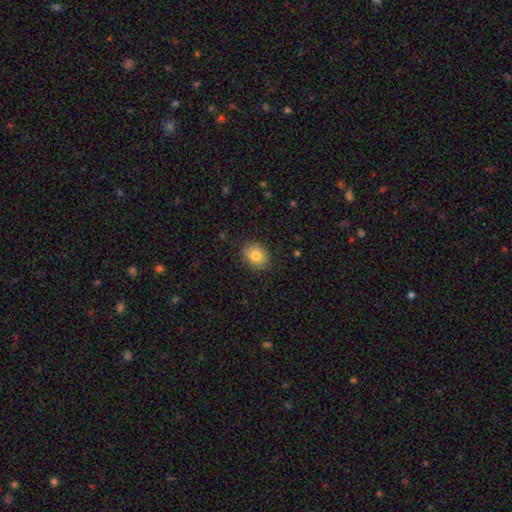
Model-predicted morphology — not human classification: This is clearly a smooth galaxy (82%). How rounded: possibly in between (54%). Merging: clearly none (88%).